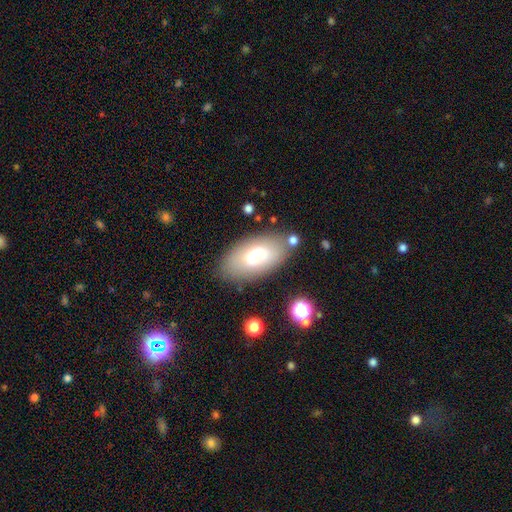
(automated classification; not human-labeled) A smooth galaxy with no disk features (68%) that is in between round and cigar-shaped (92%).

Vote fractions:
- Smooth or featured? smooth: 68% / featured or disk: 23% / star or artifact: 9%
- How rounded? in between: 92% / round: 4% / cigar-shaped: 3%
- Merging? none: 78% / minor disturbance: 12% / major disturbance: 5% / merger: 4%